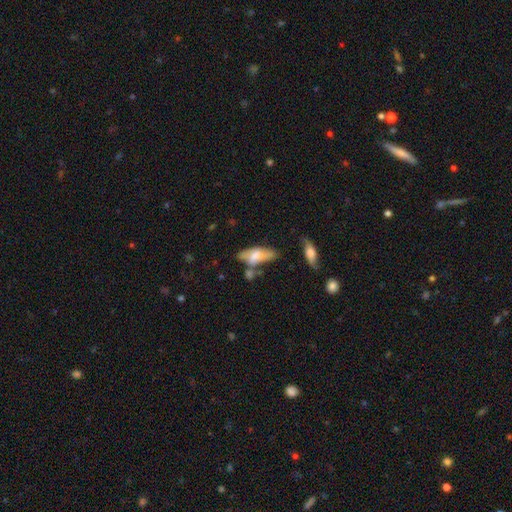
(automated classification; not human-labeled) A smooth galaxy with no disk features (56%) that is in between round and cigar-shaped (70%).

Vote fractions:
- Smooth or featured? smooth: 56% / featured or disk: 36% / star or artifact: 7%
- How rounded? in between: 70% / cigar-shaped: 27% / round: 3%
- Merging? none: 42% / minor disturbance: 25% / merger: 19% / major disturbance: 13%